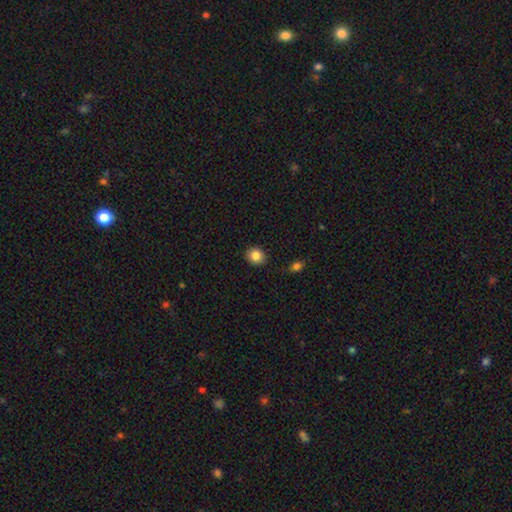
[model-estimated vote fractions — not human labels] Morphology: type=smooth (85%); roundness=round (79%); merging=none (87%).